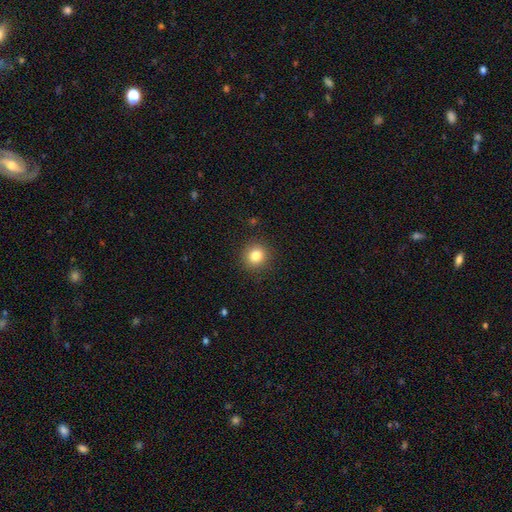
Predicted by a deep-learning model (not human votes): Overall: smooth (82%). How rounded: round (91%). Merging: none (90%).